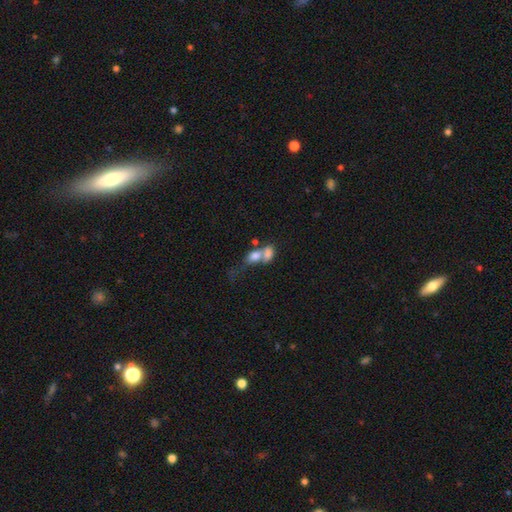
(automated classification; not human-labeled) smooth_or_featured: smooth (p=0.72) [alt: featured or disk p=0.19]
how_rounded: in between (p=0.73) [alt: round p=0.22]
merging: merger (p=0.71) [alt: none p=0.13]